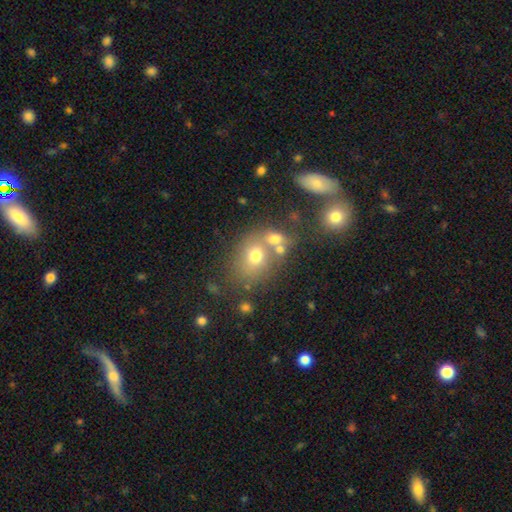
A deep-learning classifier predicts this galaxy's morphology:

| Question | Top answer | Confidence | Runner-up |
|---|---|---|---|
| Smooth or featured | smooth | 67% | featured or disk (18%) |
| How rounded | round | 56% | in between (43%) |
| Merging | none | 49% | merger (32%) |